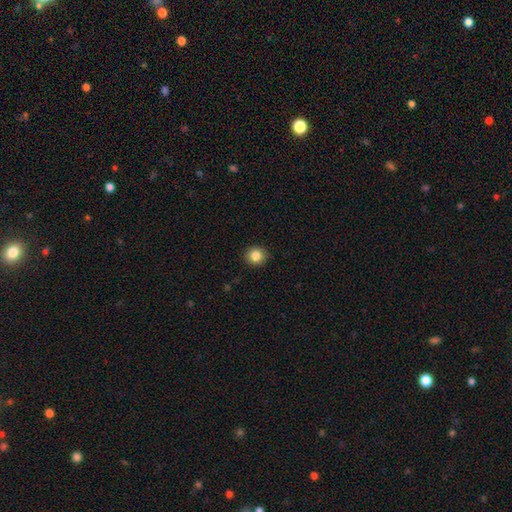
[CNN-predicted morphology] This is clearly a smooth galaxy (84%). How rounded: clearly round (89%). Merging: clearly none (91%).